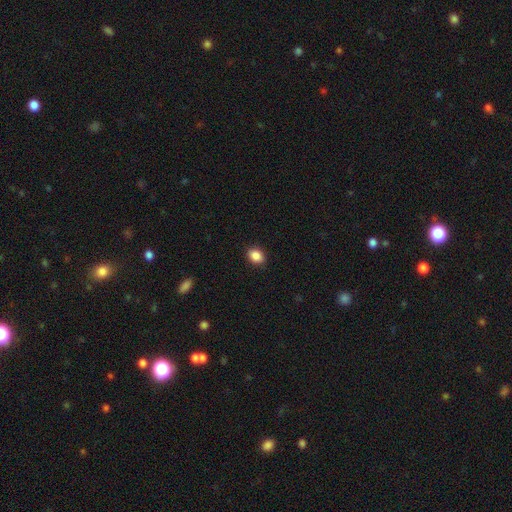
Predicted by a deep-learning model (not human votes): Morphology: type=smooth (88%); roundness=in between (63%); merging=none (89%).